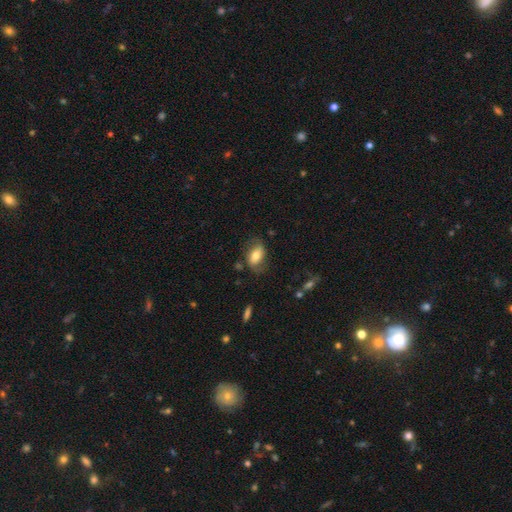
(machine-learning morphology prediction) This is possibly a smooth galaxy (58%). How rounded: clearly in between (87%). Merging: likely none (65%).